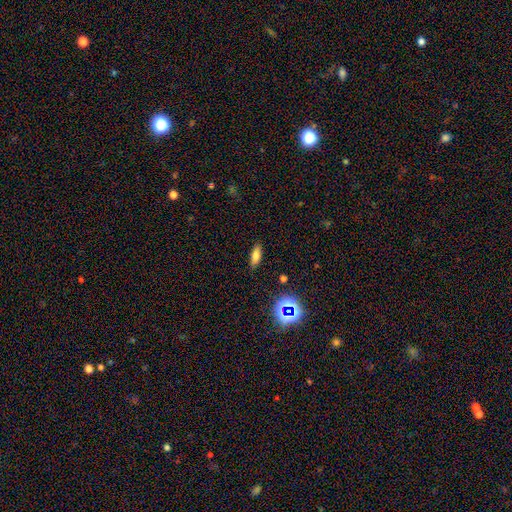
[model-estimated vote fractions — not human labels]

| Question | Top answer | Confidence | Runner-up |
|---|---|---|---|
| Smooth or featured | smooth | 73% | star or artifact (15%) |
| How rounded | in between | 67% | cigar-shaped (29%) |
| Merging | none | 86% | minor disturbance (10%) |